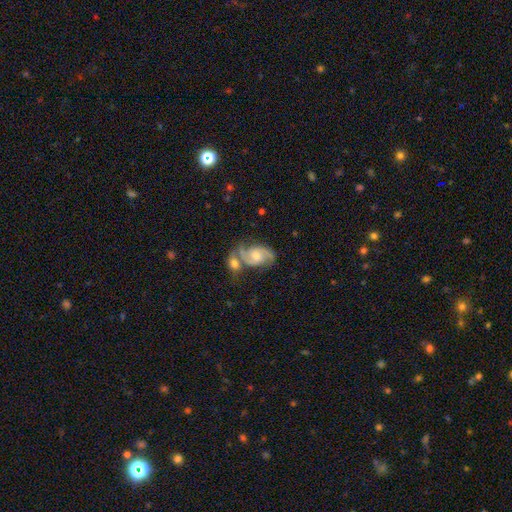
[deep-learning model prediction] featured or disk 83%, smooth 11%, star or artifact 6%. Down the decision tree: edge-on disk — no (97%); bar — no (52%); spiral arms — yes (97%); spiral arm count — 2 (91%); spiral winding — medium (56%); bulge size — moderate (50%); merging — none (47%).